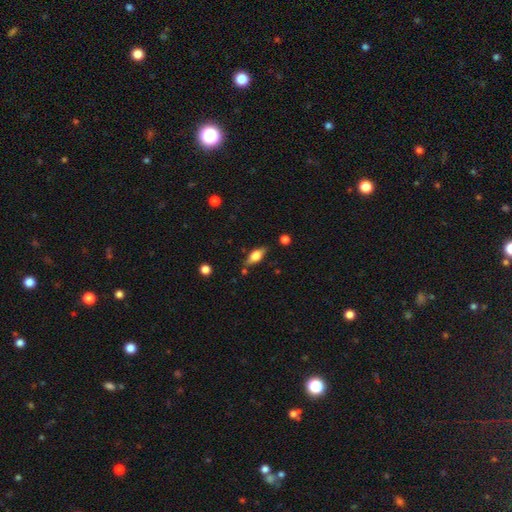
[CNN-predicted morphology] smooth 57%, featured or disk 35%, star or artifact 8%. Down the decision tree: how rounded — in between (76%); merging — none (76%).